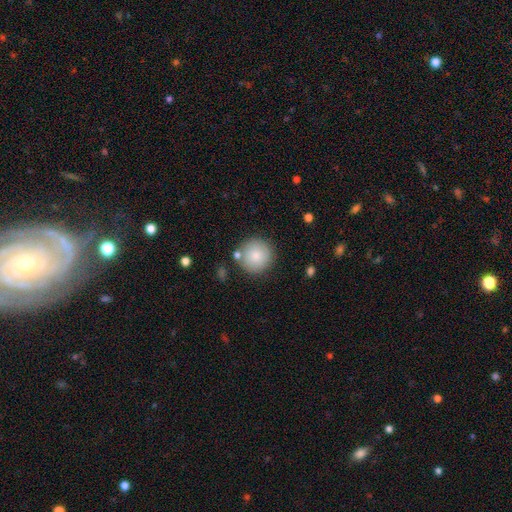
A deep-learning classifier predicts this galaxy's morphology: Smooth or featured: smooth — 84% (featured or disk — 9%)
How rounded: round — 95% (in between — 4%)
Merging: none — 80% (minor disturbance — 10%)